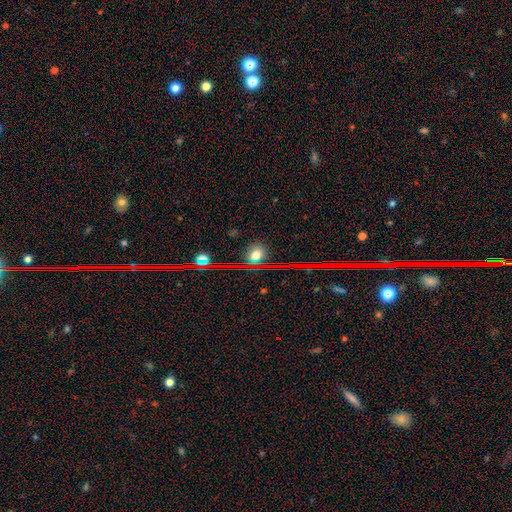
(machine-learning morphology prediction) type=smooth (63%); roundness=round (65%); merging=none (83%).